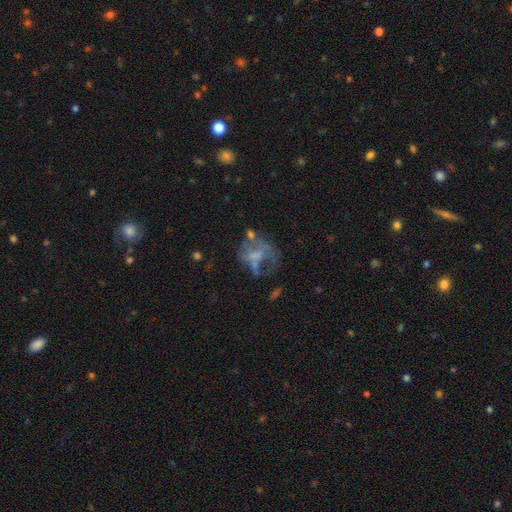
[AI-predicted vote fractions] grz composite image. It shows a featured or disk galaxy (56%) with no bar (78%), no spiral arms (82%) and no central bulge (53%). Merging: major disturbance (39%).